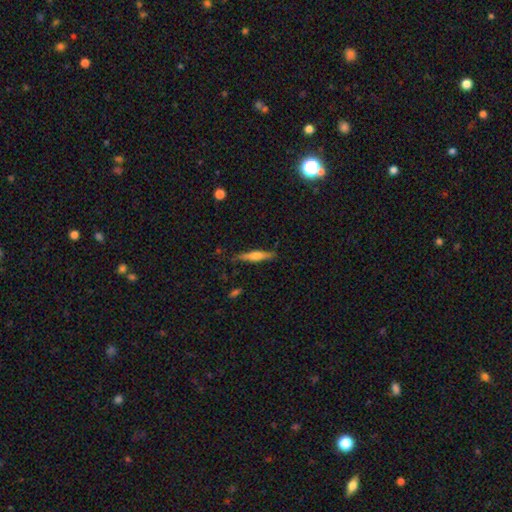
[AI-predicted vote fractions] smooth-or-featured: smooth: 48% | featured or disk: 45% | star or artifact: 7%
  merging: none: 84% | minor disturbance: 12% | major disturbance: 3% | merger: 2%